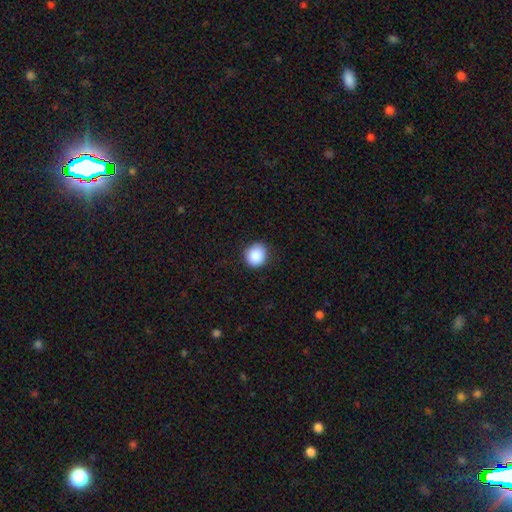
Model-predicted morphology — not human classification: Smooth or featured? smooth (88%)
How rounded? round (89%)
Merging? none (88%)